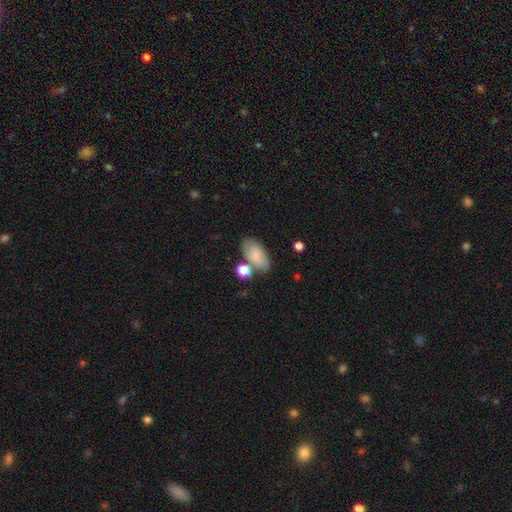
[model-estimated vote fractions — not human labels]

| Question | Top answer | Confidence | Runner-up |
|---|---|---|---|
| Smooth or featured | smooth | 79% | featured or disk (14%) |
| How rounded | in between | 92% | round (5%) |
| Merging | none | 61% | minor disturbance (17%) |